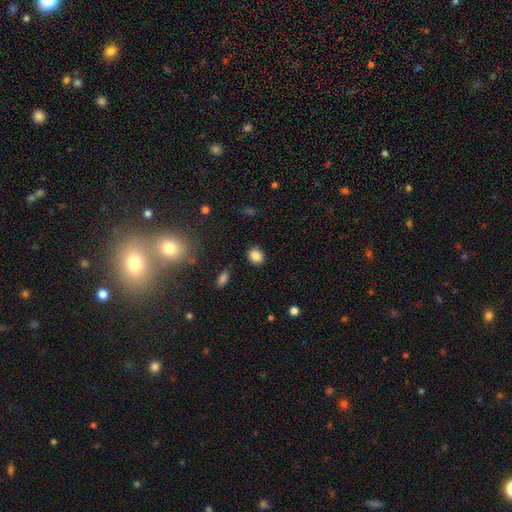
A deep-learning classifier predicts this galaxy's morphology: This is clearly a smooth galaxy (85%). How rounded: likely round (63%). Merging: clearly none (90%).